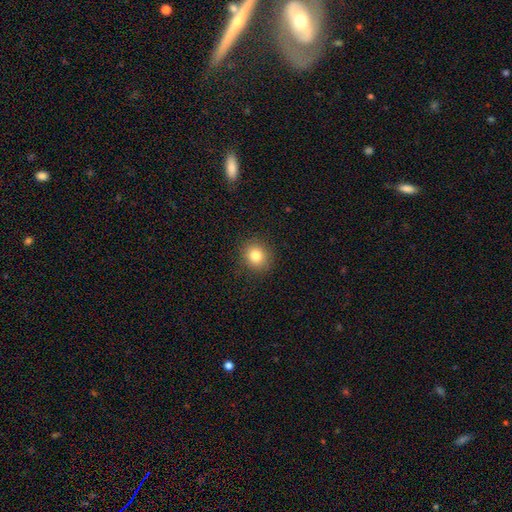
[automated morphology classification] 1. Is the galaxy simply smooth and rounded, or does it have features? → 81% smooth, 12% star or artifact, 7% featured or disk.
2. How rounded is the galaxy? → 82% round, 17% in between, 1% cigar-shaped.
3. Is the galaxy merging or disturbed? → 90% none, 7% minor disturbance, 2% major disturbance, 1% merger.